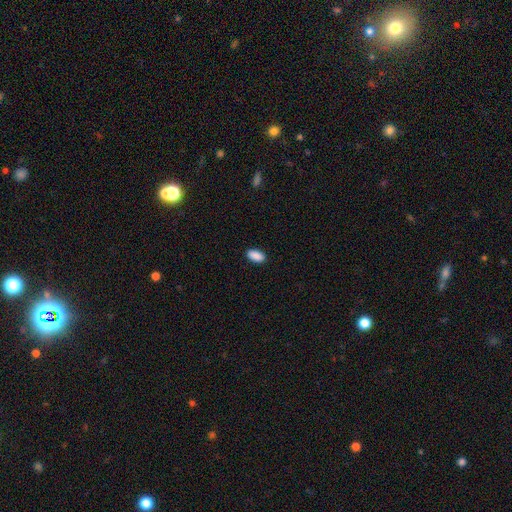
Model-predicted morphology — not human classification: smooth_or_featured: smooth (p=0.91) [alt: star or artifact p=0.07]
how_rounded: in between (p=0.93) [alt: cigar-shaped p=0.04]
merging: none (p=0.89) [alt: minor disturbance p=0.08]